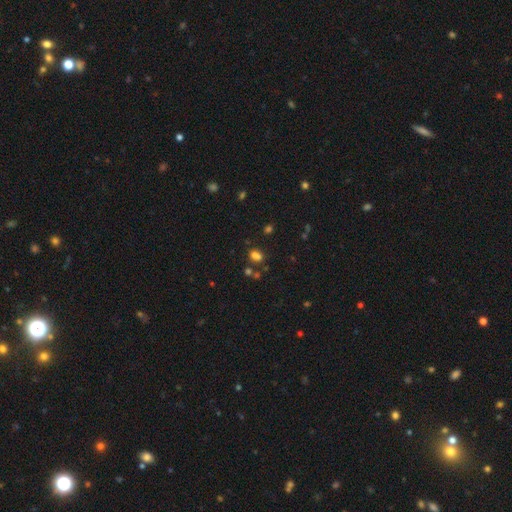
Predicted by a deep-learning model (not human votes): Smooth or featured?
  - smooth: 69% *
  - star or artifact: 24%
  - featured or disk: 7%
How rounded?
  - in between: 71% *
  - round: 27%
  - cigar-shaped: 2%
Merging?
  - none: 67% *
  - merger: 14%
  - minor disturbance: 14%
  - major disturbance: 5%